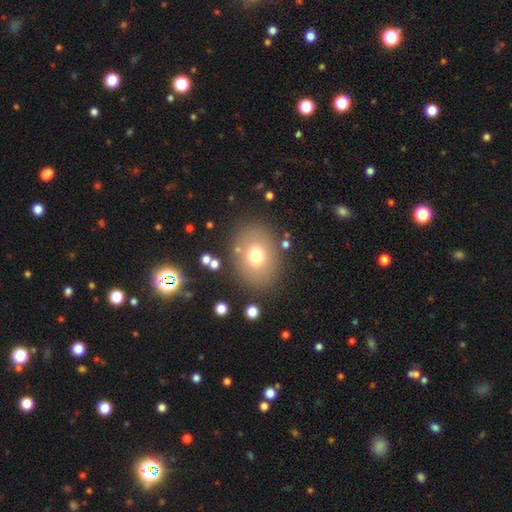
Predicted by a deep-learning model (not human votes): A smooth galaxy with no disk features (71%) that is in between round and cigar-shaped (52%). Merging: none (82%).